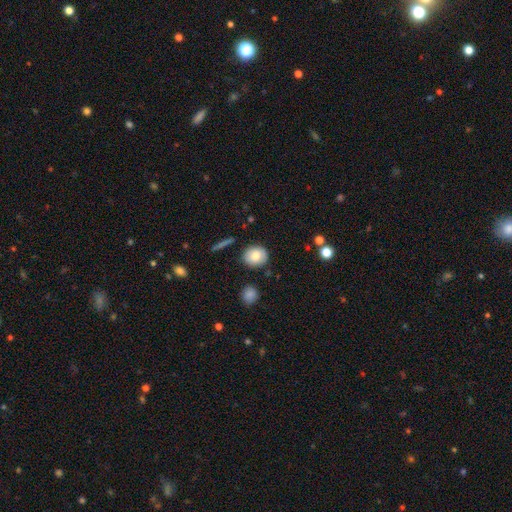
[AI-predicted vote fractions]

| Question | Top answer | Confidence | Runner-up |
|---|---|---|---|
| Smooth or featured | smooth | 80% | featured or disk (11%) |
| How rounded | round | 77% | in between (22%) |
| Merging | none | 85% | minor disturbance (9%) |